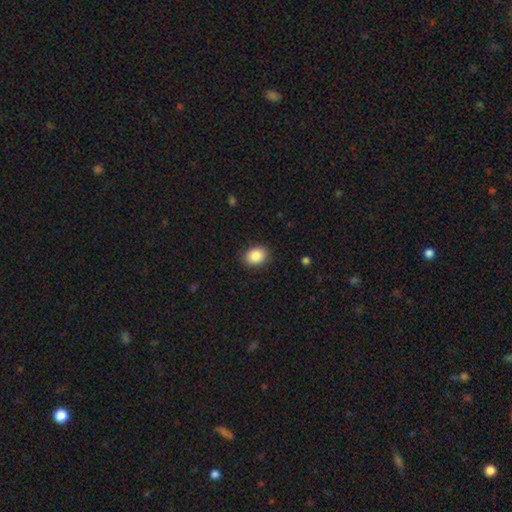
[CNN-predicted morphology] Smooth or featured? Predicted: smooth (p=0.86). How rounded? Predicted: in between (p=0.64). Merging? Predicted: none (p=0.89).